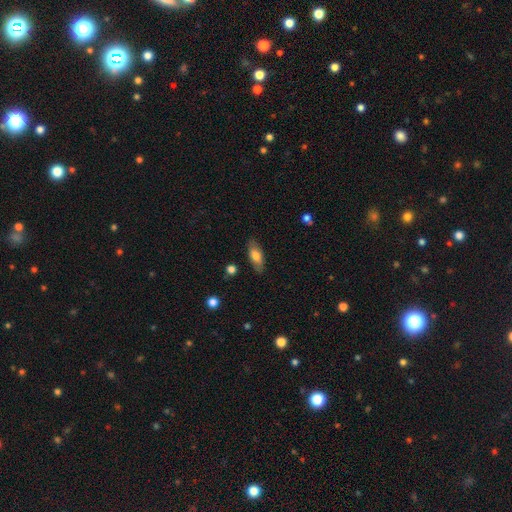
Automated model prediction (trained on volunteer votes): smooth 71%, featured or disk 22%, star or artifact 7%. Down the decision tree: how rounded — in between (78%); merging — none (84%).